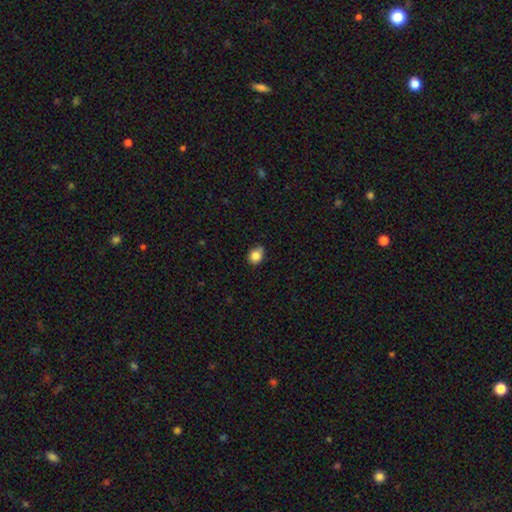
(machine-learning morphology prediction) This appears to be a smooth galaxy with no disk features (83%) that is round (59%). Merging: none (62%).